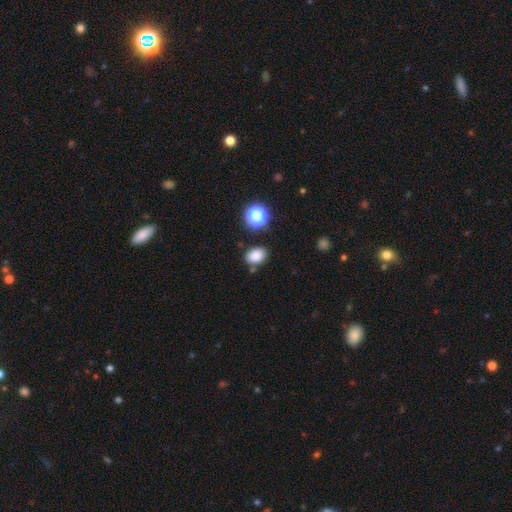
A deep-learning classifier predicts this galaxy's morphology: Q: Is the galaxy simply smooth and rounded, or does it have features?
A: smooth — 83%.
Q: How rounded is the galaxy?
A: in between — 68%.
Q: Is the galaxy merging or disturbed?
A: none — 78%.